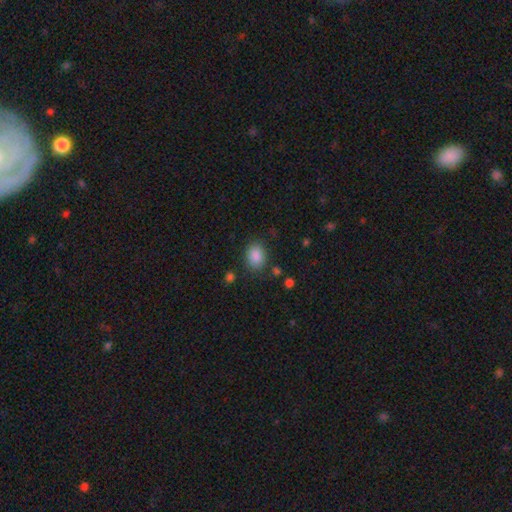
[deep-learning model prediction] smooth_or_featured: smooth (p=0.87) [alt: star or artifact p=0.09]
how_rounded: in between (p=0.67) [alt: round p=0.32]
merging: none (p=0.82) [alt: minor disturbance p=0.12]